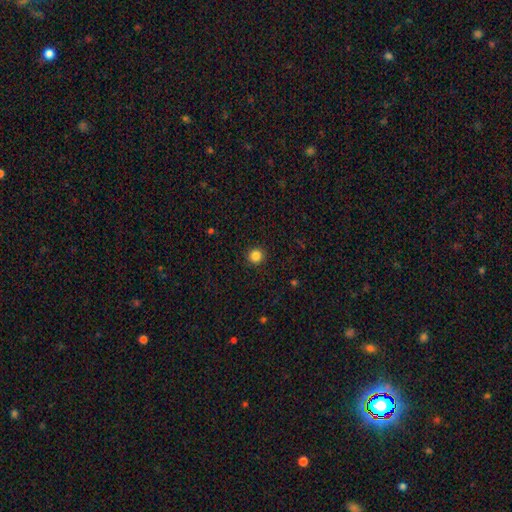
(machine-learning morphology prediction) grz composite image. It shows a smooth galaxy with no disk features (85%) that is round (94%). Merging: none (93%).